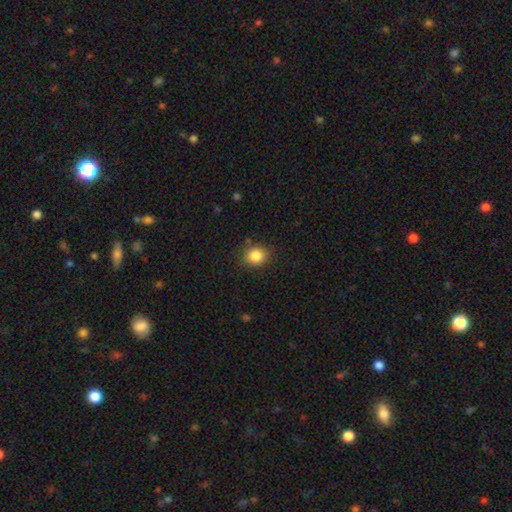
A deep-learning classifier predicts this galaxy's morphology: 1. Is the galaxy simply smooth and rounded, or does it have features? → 85% smooth, 10% star or artifact, 4% featured or disk.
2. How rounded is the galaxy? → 72% round, 27% in between, 1% cigar-shaped.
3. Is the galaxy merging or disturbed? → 86% none, 10% minor disturbance, 3% major disturbance, 2% merger.